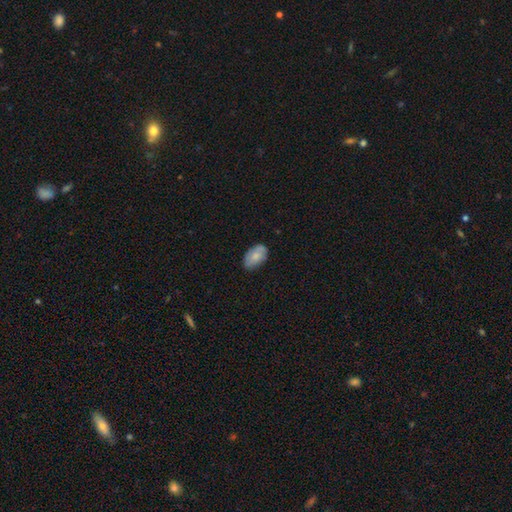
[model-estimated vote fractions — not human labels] Smooth or featured? Predicted: smooth (p=0.76). How rounded? Predicted: in between (p=0.92). Merging? Predicted: none (p=0.76).